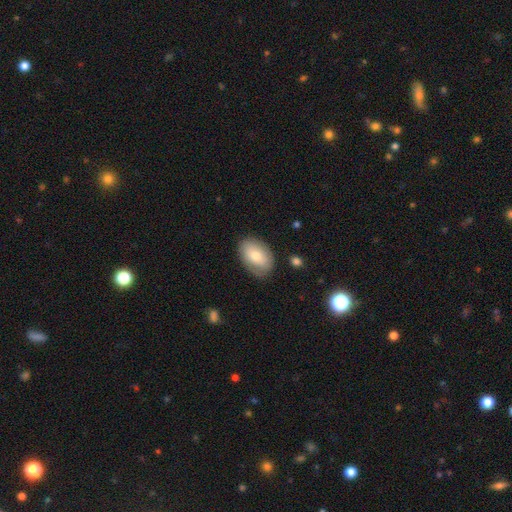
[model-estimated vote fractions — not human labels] Q: Smooth or featured?
A: smooth (71%); runner-up: featured or disk (23%)
Q: How rounded?
A: in between (88%); runner-up: round (11%)
Q: Merging?
A: none (79%); runner-up: minor disturbance (16%)